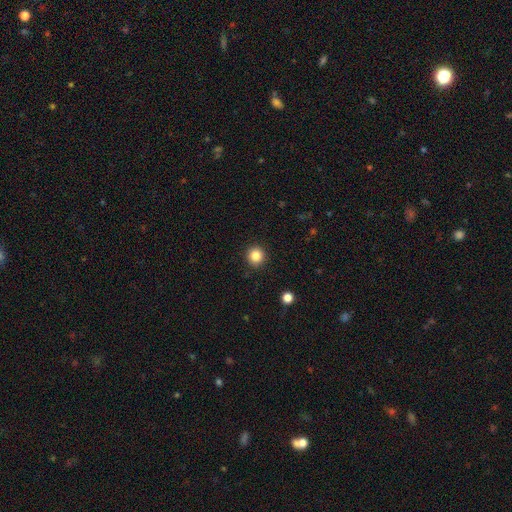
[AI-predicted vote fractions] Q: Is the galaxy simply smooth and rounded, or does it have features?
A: smooth — 85%.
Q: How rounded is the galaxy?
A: round — 94%.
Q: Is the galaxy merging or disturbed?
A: none — 92%.